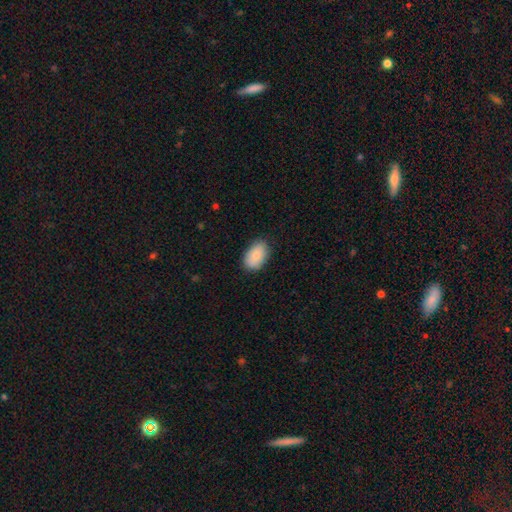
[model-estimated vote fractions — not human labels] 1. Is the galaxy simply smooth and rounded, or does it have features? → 85% smooth, 9% featured or disk, 7% star or artifact.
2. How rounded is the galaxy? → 91% in between, 7% round, 1% cigar-shaped.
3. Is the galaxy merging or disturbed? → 84% none, 13% minor disturbance, 2% major disturbance, 1% merger.